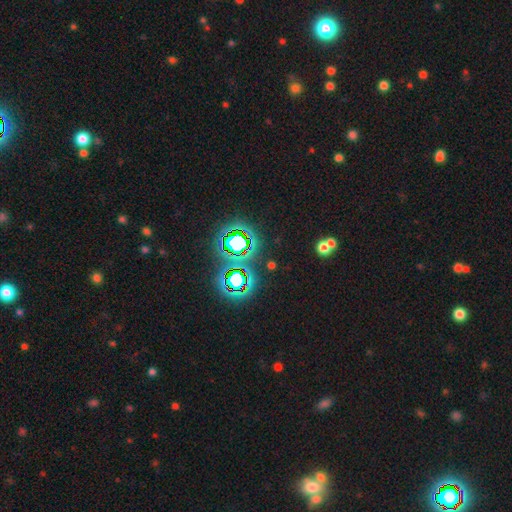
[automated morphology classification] A star or artifact, not a galaxy (74%).